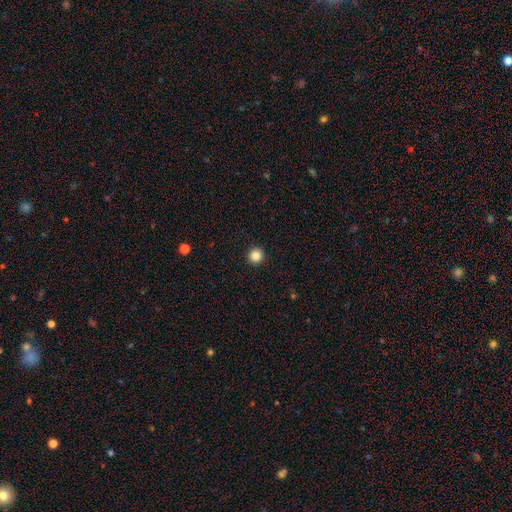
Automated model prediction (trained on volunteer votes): Smooth or featured: smooth — 85% (star or artifact — 11%)
How rounded: round — 95% (in between — 4%)
Merging: none — 94% (minor disturbance — 4%)